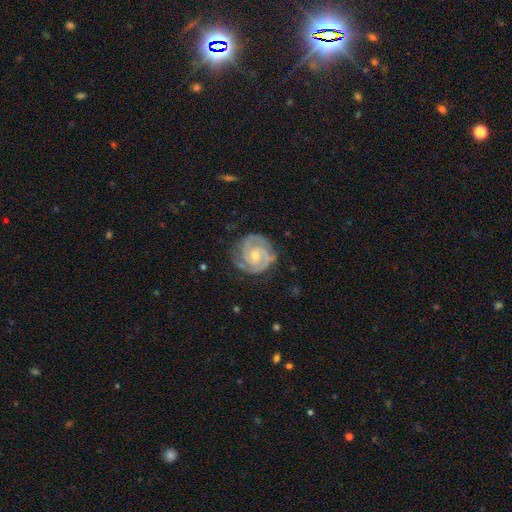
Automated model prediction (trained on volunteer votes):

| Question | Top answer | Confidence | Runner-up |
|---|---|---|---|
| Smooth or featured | featured or disk | 90% | smooth (6%) |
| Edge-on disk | no | 98% | yes (2%) |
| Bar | no | 65% | weak (29%) |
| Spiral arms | yes | 98% | no (2%) |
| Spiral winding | tight | 68% | medium (28%) |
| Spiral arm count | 2 | 69% | 3 (17%) |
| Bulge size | small | 63% | moderate (34%) |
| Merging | none | 77% | minor disturbance (17%) |